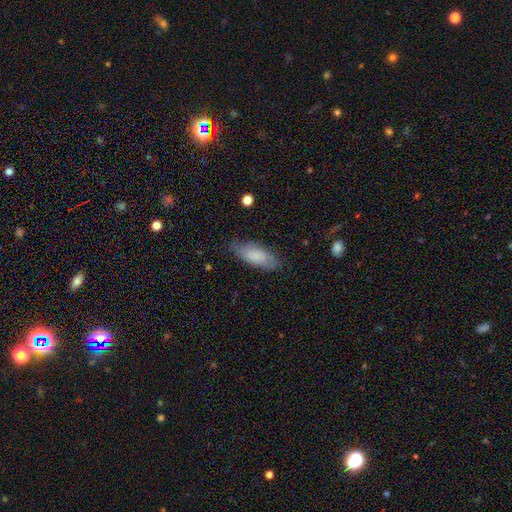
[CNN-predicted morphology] The model was most divided on "how rounded": in between: 75%, cigar-shaped: 23%, round: 2%. More confident: merging — none (78%); smooth or featured — smooth (76%).